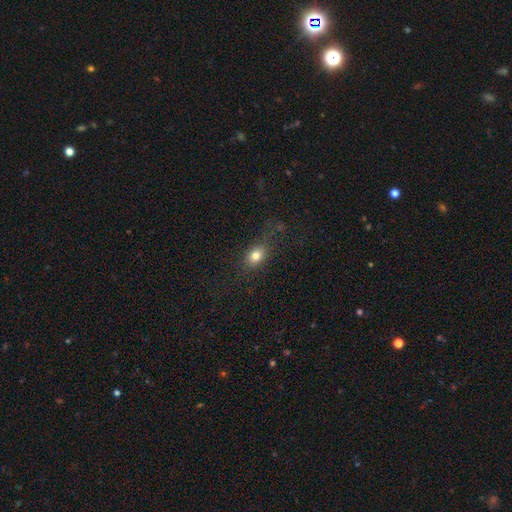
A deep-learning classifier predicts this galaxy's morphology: Q: Smooth or featured?
A: smooth (79%); runner-up: star or artifact (12%)
Q: How rounded?
A: in between (67%); runner-up: round (31%)
Q: Merging?
A: none (75%); runner-up: minor disturbance (15%)